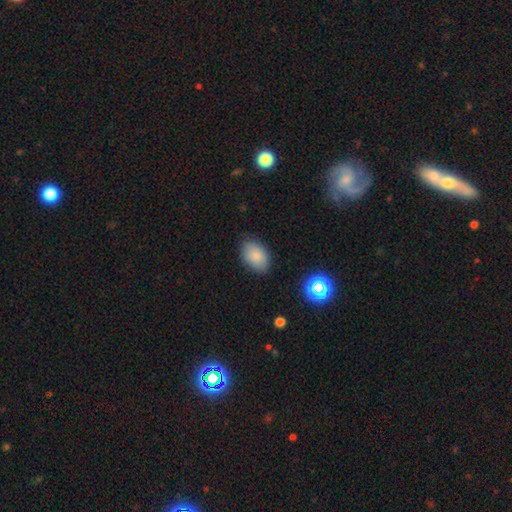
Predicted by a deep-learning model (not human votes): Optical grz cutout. It shows a smooth galaxy with no disk features (84%) that is in between round and cigar-shaped (84%). Merging: none (82%).